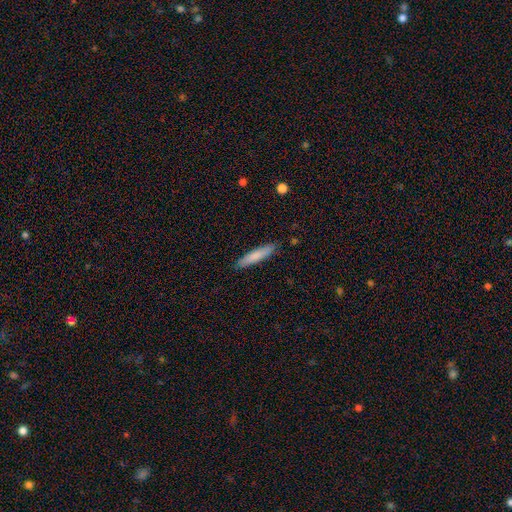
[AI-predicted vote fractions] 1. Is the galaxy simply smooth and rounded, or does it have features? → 79% smooth, 15% featured or disk, 6% star or artifact.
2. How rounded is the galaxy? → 89% cigar-shaped, 10% in between, 1% round.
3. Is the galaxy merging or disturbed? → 88% none, 9% minor disturbance, 2% major disturbance, 1% merger.